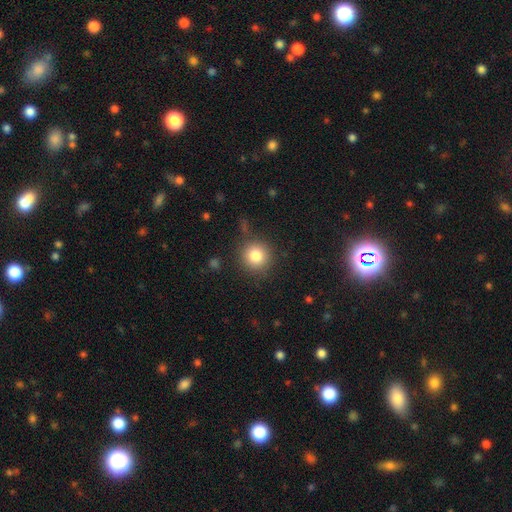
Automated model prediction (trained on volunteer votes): smooth-or-featured: smooth: 82% | star or artifact: 10% | featured or disk: 8%
  how-rounded: round: 94% | in between: 5% | cigar-shaped: 1%
  merging: none: 84% | minor disturbance: 10% | major disturbance: 4% | merger: 3%